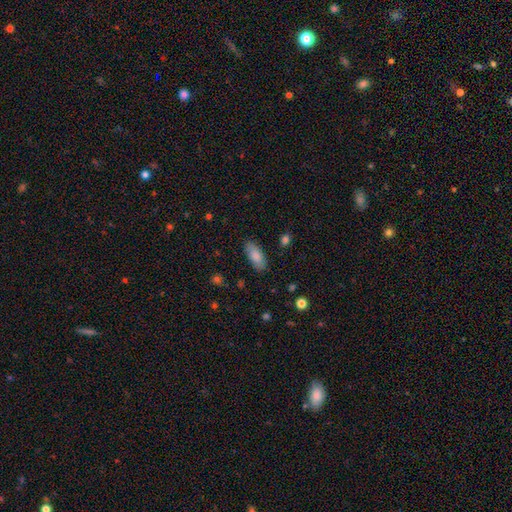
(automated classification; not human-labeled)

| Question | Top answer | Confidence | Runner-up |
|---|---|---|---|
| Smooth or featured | smooth | 85% | featured or disk (9%) |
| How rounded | in between | 85% | cigar-shaped (13%) |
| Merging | none | 85% | minor disturbance (11%) |